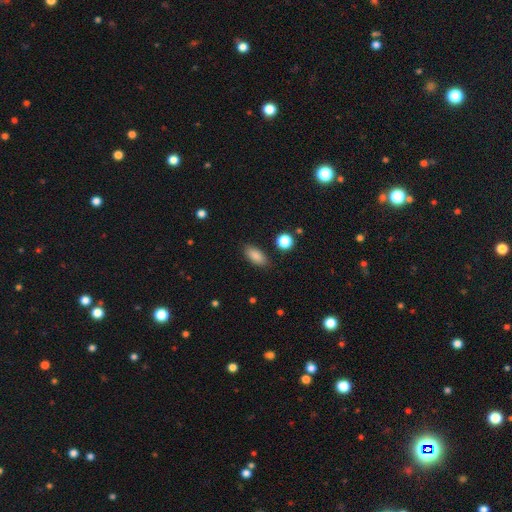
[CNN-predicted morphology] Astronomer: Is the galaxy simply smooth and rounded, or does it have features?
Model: smooth — 86%.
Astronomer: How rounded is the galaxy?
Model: in between — 85%.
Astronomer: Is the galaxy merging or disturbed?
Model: none — 86%.